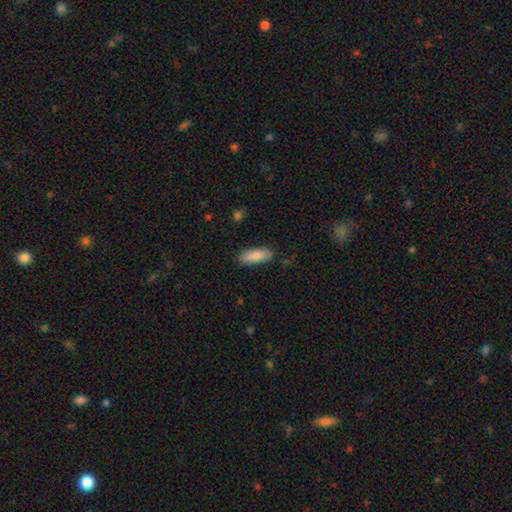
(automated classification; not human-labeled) A smooth galaxy with no disk features (86%) that is in between round and cigar-shaped (66%).

Vote fractions:
- Smooth or featured? smooth: 86% / featured or disk: 8% / star or artifact: 6%
- How rounded? in between: 66% / cigar-shaped: 33% / round: 2%
- Merging? none: 86% / minor disturbance: 11% / major disturbance: 2% / merger: 1%